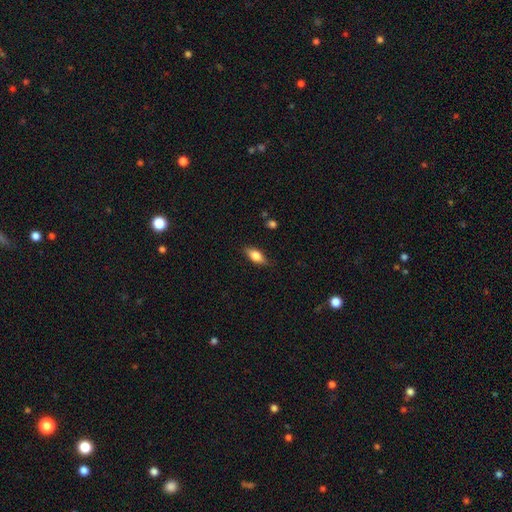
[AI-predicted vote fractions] Smooth or featured: smooth — 72% (featured or disk — 21%)
How rounded: in between — 79% (cigar-shaped — 17%)
Merging: none — 83% (minor disturbance — 13%)